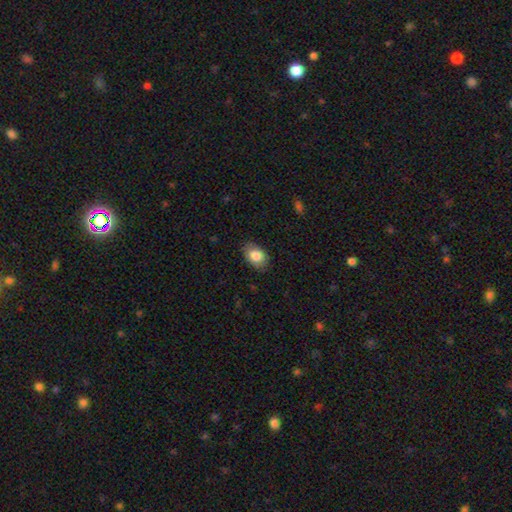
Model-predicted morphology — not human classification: A smooth galaxy with no disk features (84%) that is in between round and cigar-shaped (84%). Merging: none (83%).